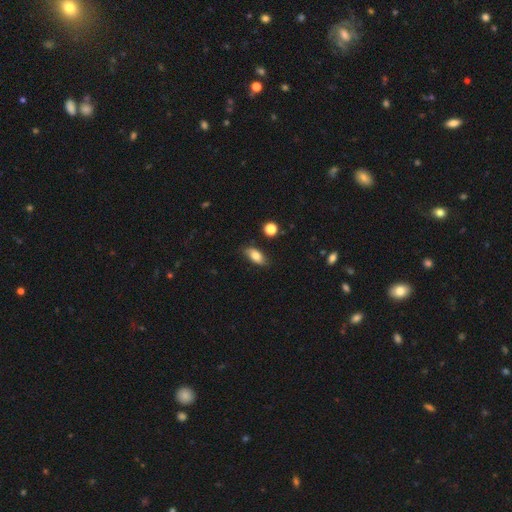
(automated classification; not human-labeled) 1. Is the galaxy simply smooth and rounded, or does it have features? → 75% smooth, 16% featured or disk, 9% star or artifact.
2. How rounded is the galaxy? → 86% in between, 9% cigar-shaped, 6% round.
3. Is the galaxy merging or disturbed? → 76% none, 18% minor disturbance, 3% major disturbance, 2% merger.